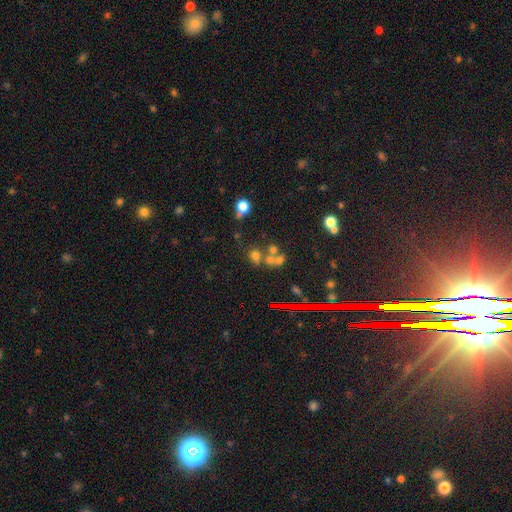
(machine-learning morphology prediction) Q: Smooth or featured?
A: smooth (54%); runner-up: star or artifact (27%)
Q: How rounded?
A: round (69%); runner-up: in between (29%)
Q: Merging?
A: none (45%); runner-up: merger (37%)